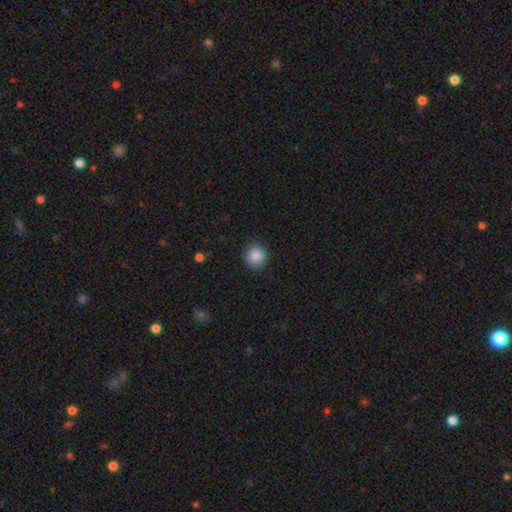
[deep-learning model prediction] Smooth or featured?
  - smooth: 87% *
  - star or artifact: 9%
  - featured or disk: 4%
How rounded?
  - round: 93% *
  - in between: 6%
  - cigar-shaped: 1%
Merging?
  - none: 91% *
  - minor disturbance: 6%
  - major disturbance: 2%
  - merger: 1%